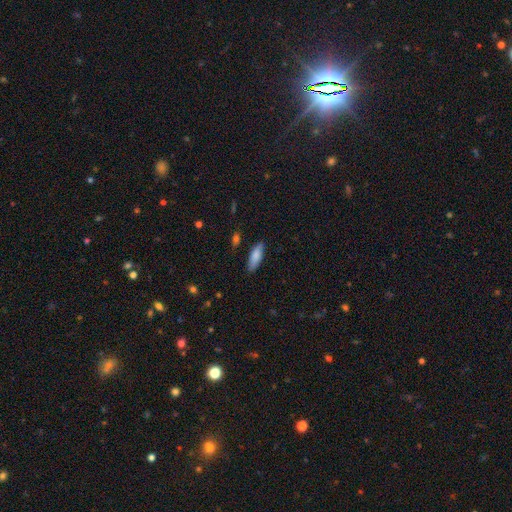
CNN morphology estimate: Q: Smooth or featured?
A: smooth (82%); runner-up: featured or disk (12%)
Q: How rounded?
A: in between (56%); runner-up: cigar-shaped (42%)
Q: Merging?
A: none (83%); runner-up: minor disturbance (13%)